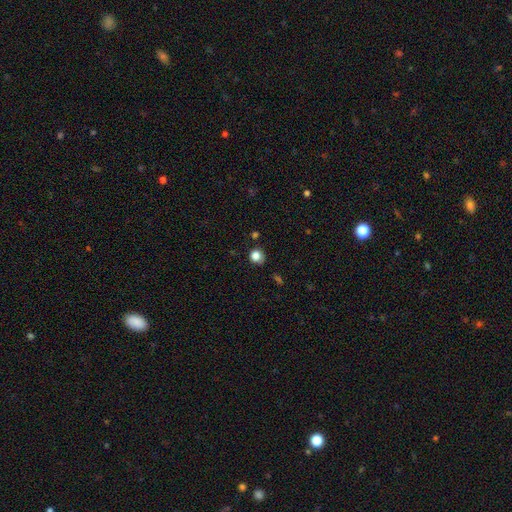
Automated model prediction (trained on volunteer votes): Morphology: type=smooth (82%); roundness=round (86%); merging=none (75%).